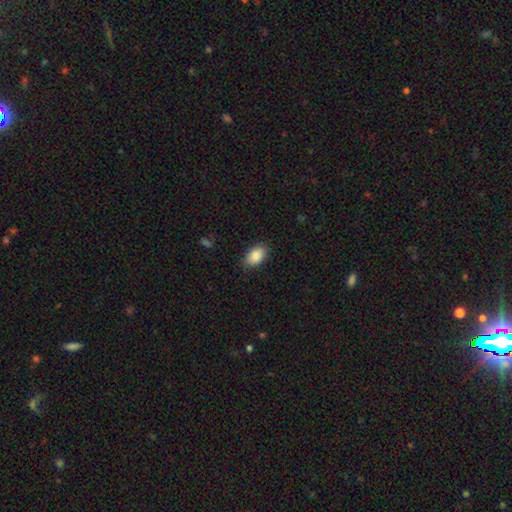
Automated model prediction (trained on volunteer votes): Smooth or featured?
  - smooth: 88% *
  - star or artifact: 7%
  - featured or disk: 6%
How rounded?
  - in between: 91% *
  - round: 7%
  - cigar-shaped: 2%
Merging?
  - none: 84% *
  - minor disturbance: 12%
  - major disturbance: 3%
  - merger: 1%